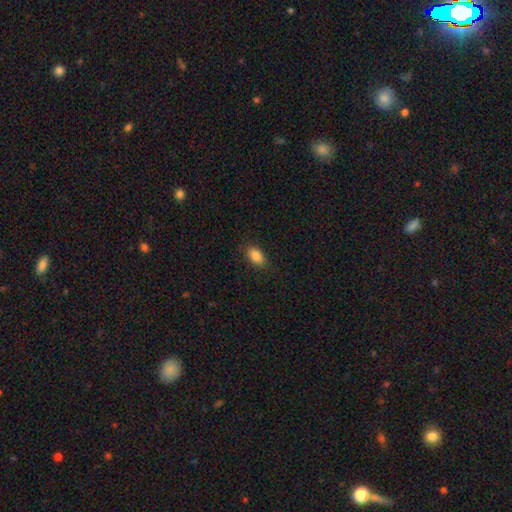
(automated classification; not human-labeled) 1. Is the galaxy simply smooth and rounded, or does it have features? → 86% smooth, 9% star or artifact, 5% featured or disk.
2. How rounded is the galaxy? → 89% in between, 9% round, 2% cigar-shaped.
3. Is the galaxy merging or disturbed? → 86% none, 11% minor disturbance, 3% major disturbance, 1% merger.